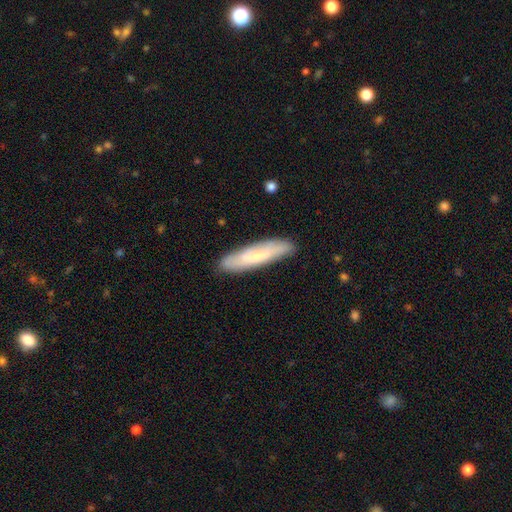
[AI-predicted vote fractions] A smooth galaxy with no disk features (66%) that is cigar-shaped (82%).

Vote fractions:
- Smooth or featured? smooth: 66% / featured or disk: 28% / star or artifact: 6%
- How rounded? cigar-shaped: 82% / in between: 17% / round: 1%
- Merging? none: 88% / minor disturbance: 9% / major disturbance: 2% / merger: 1%